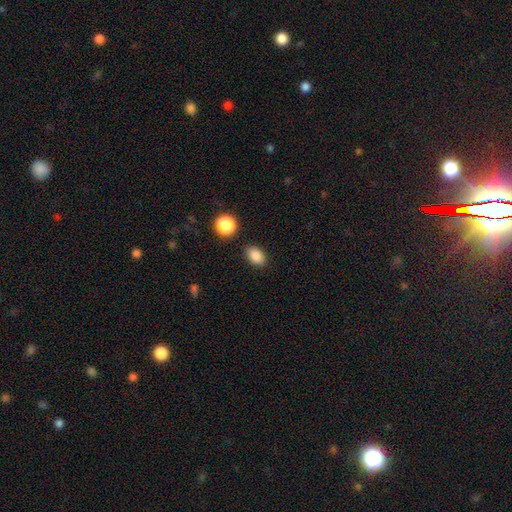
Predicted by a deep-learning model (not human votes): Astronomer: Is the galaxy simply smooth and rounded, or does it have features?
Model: smooth — 86%.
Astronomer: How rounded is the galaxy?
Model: in between — 80%.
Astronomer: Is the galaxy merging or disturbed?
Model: none — 85%.